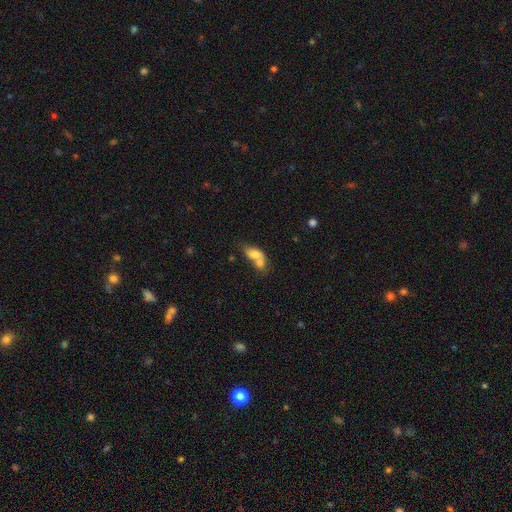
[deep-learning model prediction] Smooth or featured?
  - smooth: 70% *
  - featured or disk: 21%
  - star or artifact: 9%
How rounded?
  - in between: 76% *
  - round: 18%
  - cigar-shaped: 6%
Merging?
  - merger: 69% *
  - none: 16%
  - minor disturbance: 8%
  - major disturbance: 7%